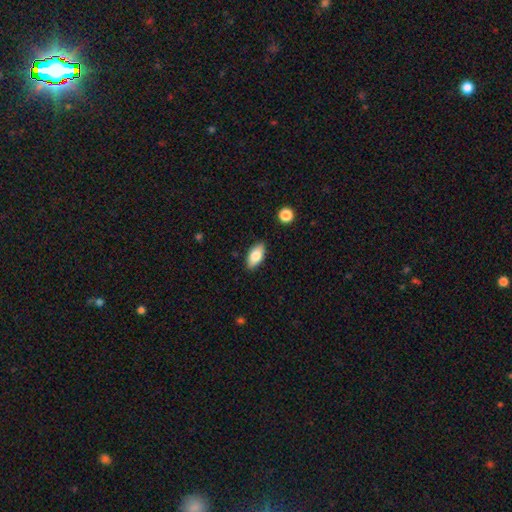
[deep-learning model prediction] A smooth galaxy with no disk features (80%) that is in between round and cigar-shaped (90%). Merging: none (87%).